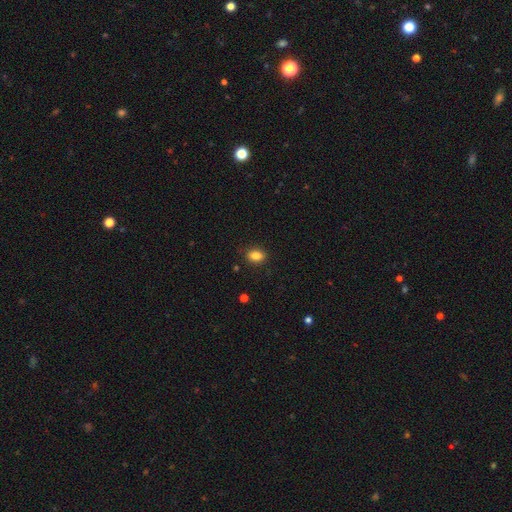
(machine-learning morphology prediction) smooth 84%, star or artifact 10%, featured or disk 6%. Down the decision tree: how rounded — in between (73%); merging — none (87%).